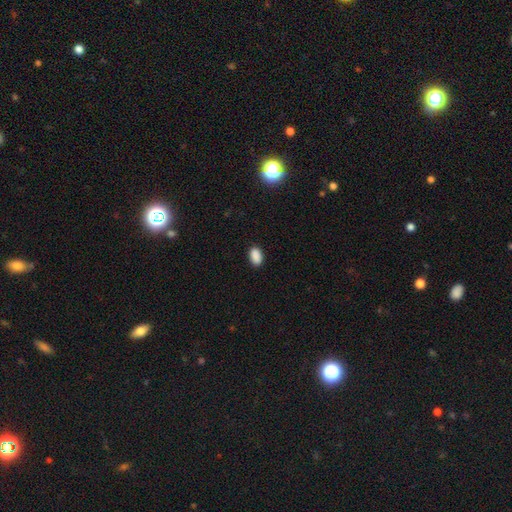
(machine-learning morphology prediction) smooth_or_featured: smooth (p=0.89) [alt: star or artifact p=0.08]
how_rounded: in between (p=0.91) [alt: round p=0.07]
merging: none (p=0.88) [alt: minor disturbance p=0.09]